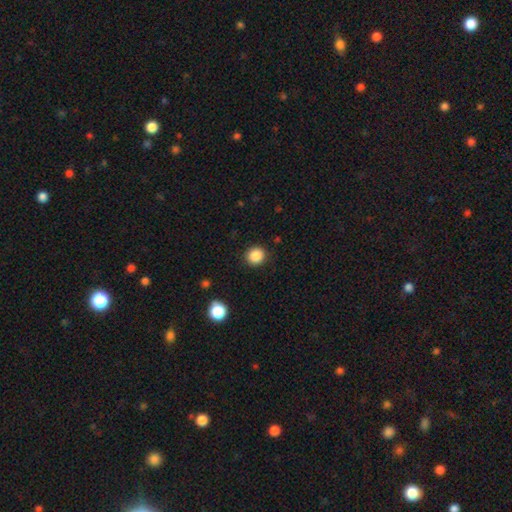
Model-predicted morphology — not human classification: A smooth galaxy with no disk features (87%) that is round (90%).

Vote fractions:
- Smooth or featured? smooth: 87% / star or artifact: 10% / featured or disk: 3%
- How rounded? round: 90% / in between: 9% / cigar-shaped: 1%
- Merging? none: 90% / minor disturbance: 6% / major disturbance: 2% / merger: 1%